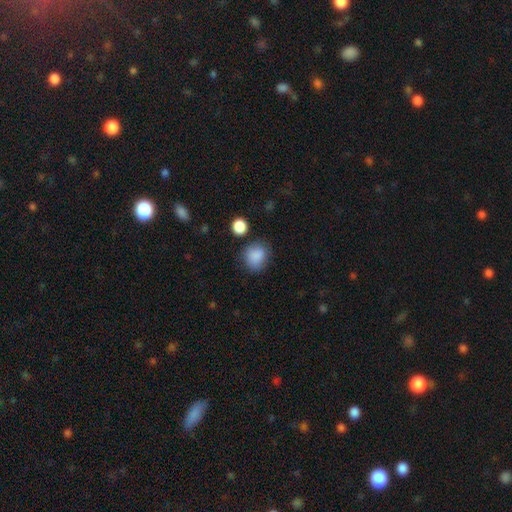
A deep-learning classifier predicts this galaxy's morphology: smooth-or-featured: smooth: 86% | star or artifact: 9% | featured or disk: 4%
  how-rounded: round: 68% | in between: 31% | cigar-shaped: 1%
  merging: none: 74% | minor disturbance: 17% | major disturbance: 5% | merger: 4%